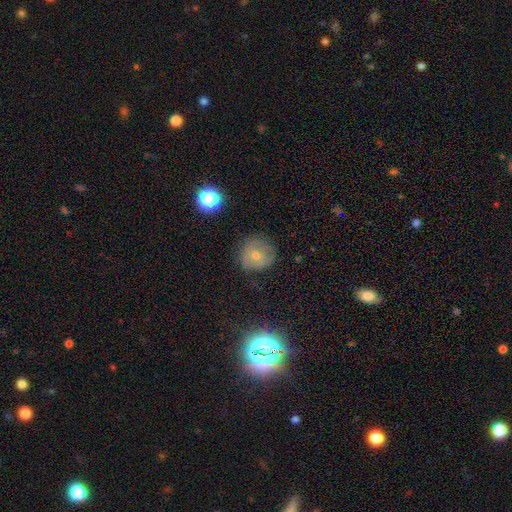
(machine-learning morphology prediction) smooth 57%, featured or disk 31%, star or artifact 12%. Down the decision tree: how rounded — round (88%); merging — none (68%).